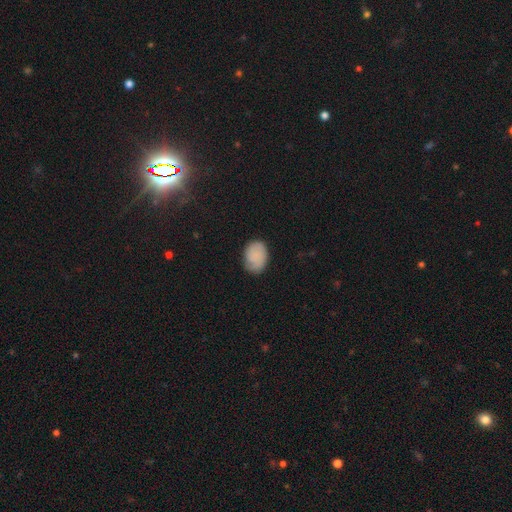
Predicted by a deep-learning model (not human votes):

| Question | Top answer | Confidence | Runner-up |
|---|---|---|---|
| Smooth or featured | smooth | 74% | featured or disk (19%) |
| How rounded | in between | 71% | round (28%) |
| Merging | none | 63% | minor disturbance (27%) |